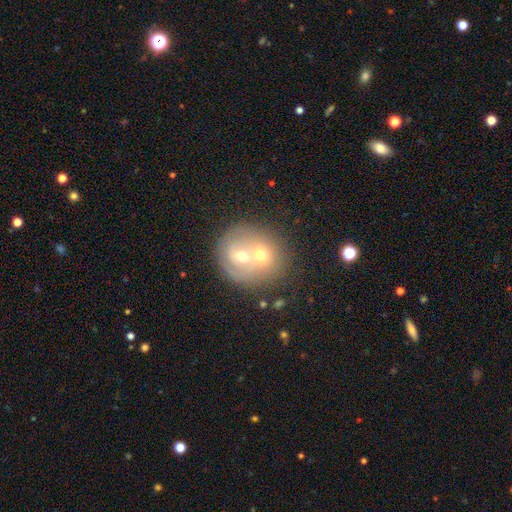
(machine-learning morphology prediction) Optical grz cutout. It shows a featured or disk galaxy (50%). Merging: merger (67%).